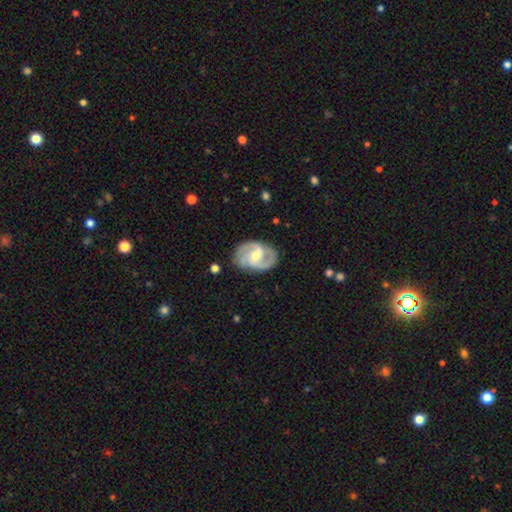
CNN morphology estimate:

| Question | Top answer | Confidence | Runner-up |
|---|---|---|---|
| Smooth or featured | featured or disk | 88% | smooth (8%) |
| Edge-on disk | no | 98% | yes (2%) |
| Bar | weak | 51% | no (25%) |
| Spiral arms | yes | 97% | no (3%) |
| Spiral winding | medium | 54% | tight (29%) |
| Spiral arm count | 2 | 68% | 3 (18%) |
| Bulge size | small | 49% | moderate (46%) |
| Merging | none | 78% | minor disturbance (15%) |